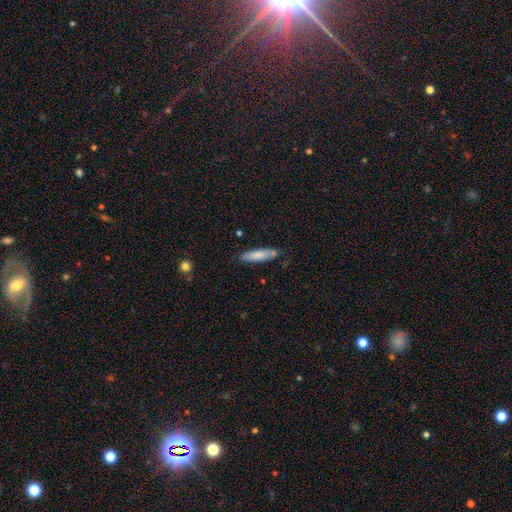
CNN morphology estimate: Q: Smooth or featured?
A: smooth (73%); runner-up: featured or disk (20%)
Q: How rounded?
A: cigar-shaped (80%); runner-up: in between (19%)
Q: Merging?
A: none (82%); runner-up: minor disturbance (13%)